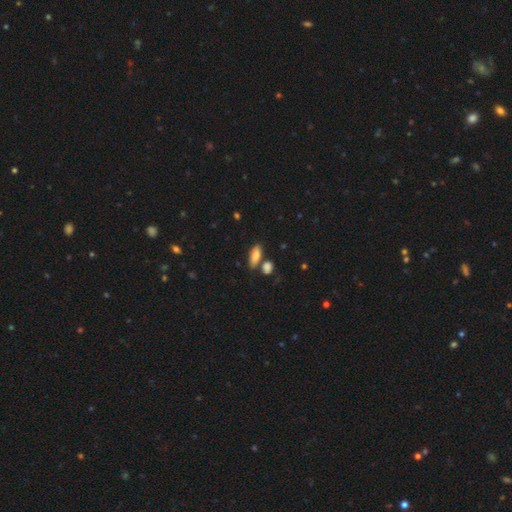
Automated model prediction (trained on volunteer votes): Q: Smooth or featured?
A: smooth (80%); runner-up: featured or disk (12%)
Q: How rounded?
A: in between (75%); runner-up: cigar-shaped (20%)
Q: Merging?
A: none (68%); runner-up: merger (15%)